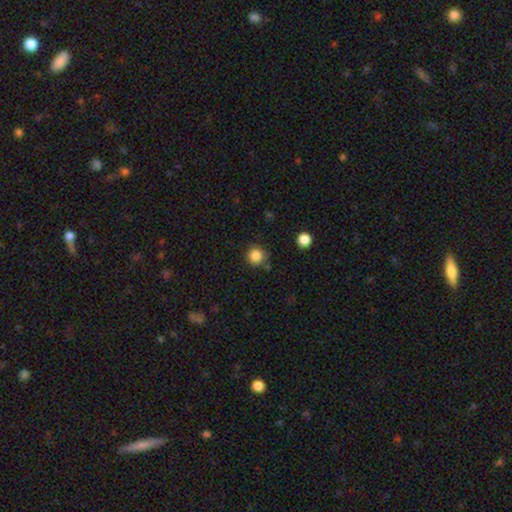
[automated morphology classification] Smooth or featured?
  - smooth: 84% *
  - star or artifact: 11%
  - featured or disk: 4%
How rounded?
  - round: 94% *
  - in between: 5%
  - cigar-shaped: 1%
Merging?
  - none: 83% *
  - minor disturbance: 10%
  - merger: 4%
  - major disturbance: 3%